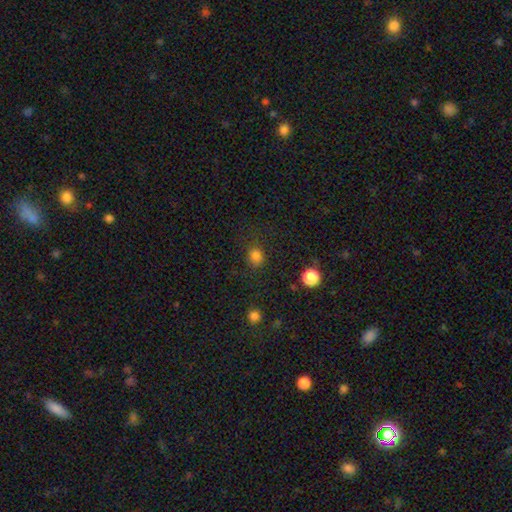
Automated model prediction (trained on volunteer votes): A smooth galaxy with no disk features (80%) that is round (71%).

Vote fractions:
- Smooth or featured? smooth: 80% / star or artifact: 15% / featured or disk: 5%
- How rounded? round: 71% / in between: 28% / cigar-shaped: 1%
- Merging? none: 78% / minor disturbance: 14% / major disturbance: 6% / merger: 2%